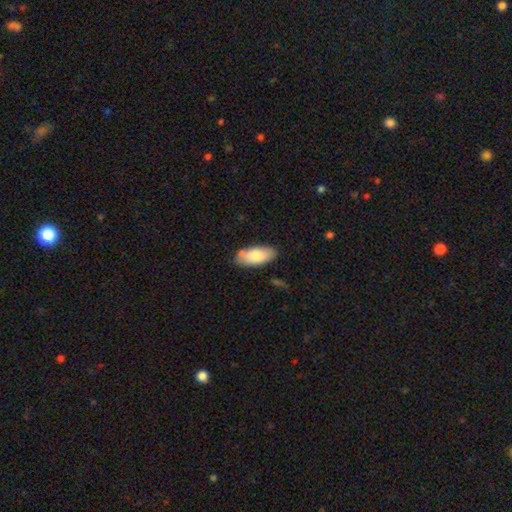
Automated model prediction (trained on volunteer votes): Smooth or featured? Predicted: smooth (p=0.78). How rounded? Predicted: in between (p=0.89). Merging? Predicted: none (p=0.80).